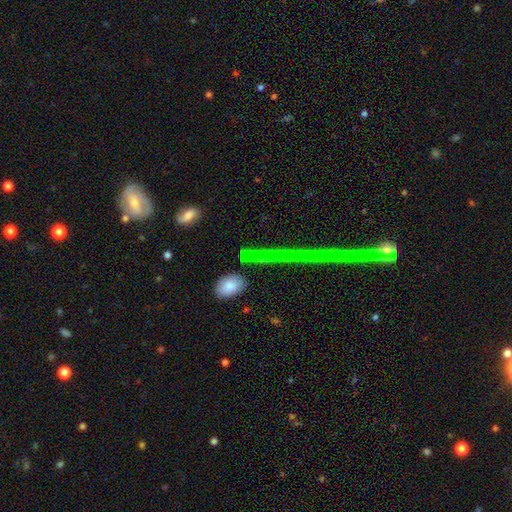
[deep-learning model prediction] Q: Smooth or featured?
A: smooth (50%); runner-up: star or artifact (30%)
Q: How rounded?
A: in between (42%); runner-up: round (35%)
Q: Merging?
A: none (80%); runner-up: minor disturbance (10%)